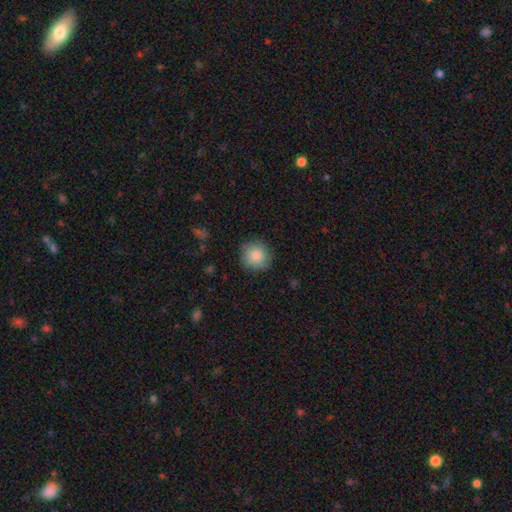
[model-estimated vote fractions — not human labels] A smooth galaxy with no disk features (87%) that is round (92%). Merging: none (85%).